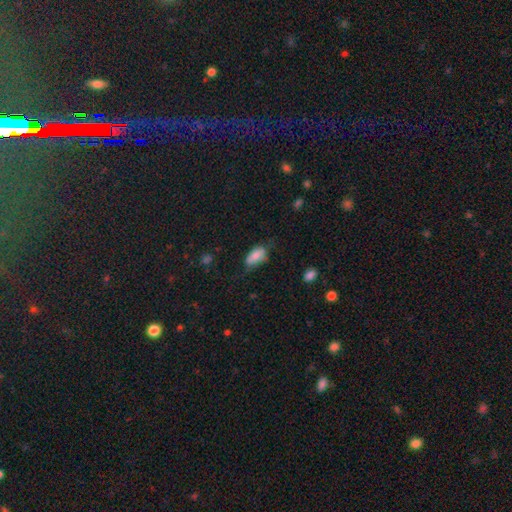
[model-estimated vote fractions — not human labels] smooth_or_featured: smooth (p=0.82) [alt: featured or disk p=0.10]
how_rounded: in between (p=0.90) [alt: cigar-shaped p=0.06]
merging: none (p=0.42) [alt: minor disturbance p=0.38]